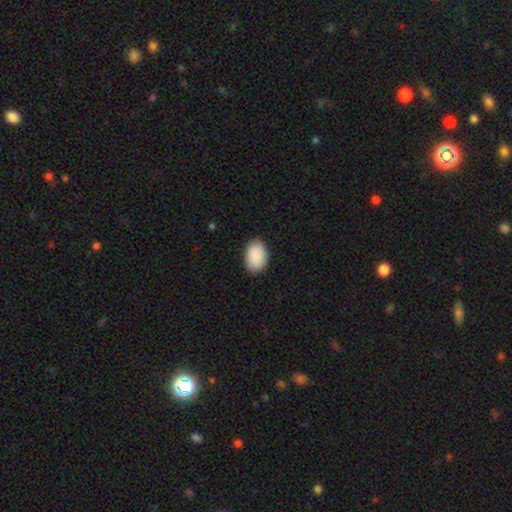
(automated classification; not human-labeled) smooth 91%, star or artifact 6%, featured or disk 3%. Down the decision tree: how rounded — in between (89%); merging — none (87%).